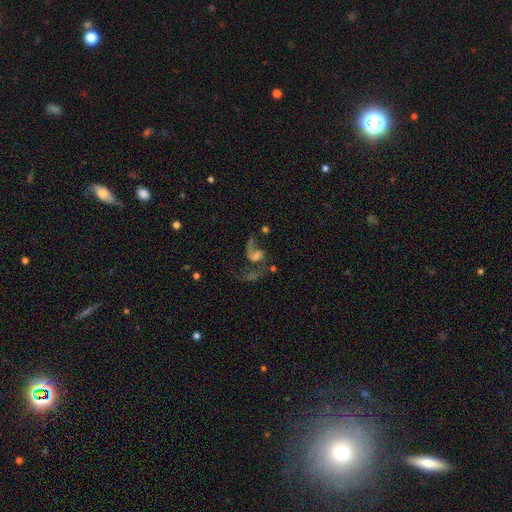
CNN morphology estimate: Smooth or featured?
  - featured or disk: 72% *
  - smooth: 16%
  - star or artifact: 12%
Edge-on disk?
  - no: 97% *
  - yes: 3%
Bar?
  - no: 56% *
  - weak: 34%
  - strong: 10%
Spiral arms?
  - yes: 87% *
  - no: 13%
Spiral winding?
  - loose: 74% *
  - medium: 21%
  - tight: 5%
Spiral arm count?
  - 2: 71% *
  - 1: 22%
  - can't tell: 3%
  - 3: 1%
  - 4: 1%
  - more than 4: 1%
Bulge size?
  - moderate: 33% *
  - small: 31%
  - none: 21%
  - large: 13%
  - dominant: 3%
Merging?
  - major disturbance: 36% *
  - none: 35%
  - merger: 16%
  - minor disturbance: 13%